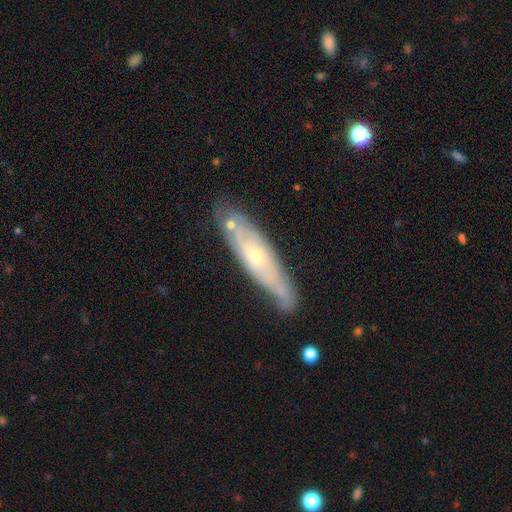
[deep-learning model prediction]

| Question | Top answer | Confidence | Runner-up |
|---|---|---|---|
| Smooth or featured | featured or disk | 67% | smooth (27%) |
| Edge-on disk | no | 54% | yes (46%) |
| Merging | none | 70% | minor disturbance (20%) |